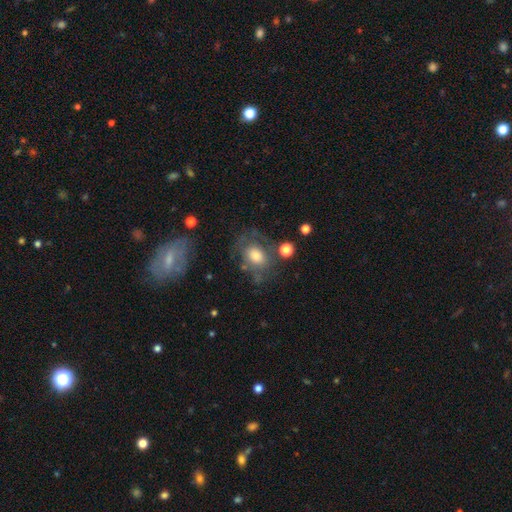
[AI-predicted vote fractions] This appears to be a smooth galaxy with no disk features (53%) that is in between round and cigar-shaped (59%). Merging: none (54%).